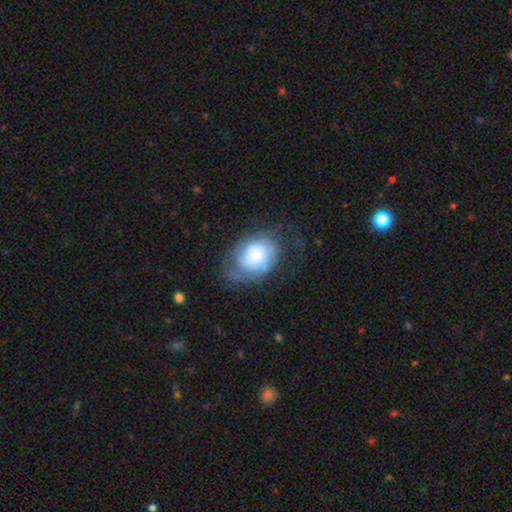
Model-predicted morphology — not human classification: Smooth or featured? featured or disk (54%)
Edge-on disk? no (97%)
Bar? no (80%)
Spiral arms? yes (78%)
Bulge size? large (33%)
Merging? none (43%)